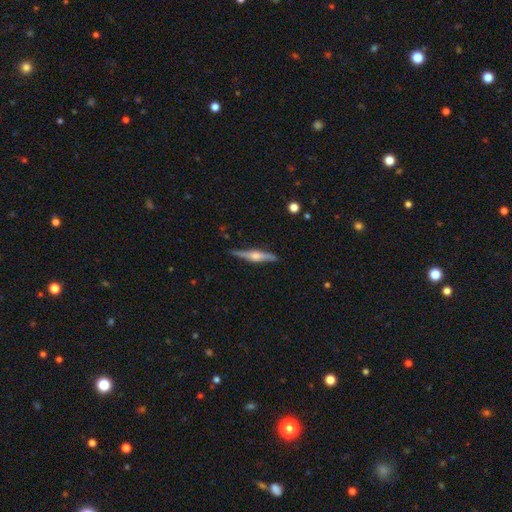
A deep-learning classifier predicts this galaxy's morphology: type=featured or disk (66%); edge-on=yes (96%); edge-on bulge=rounded (79%); merging=none (84%).